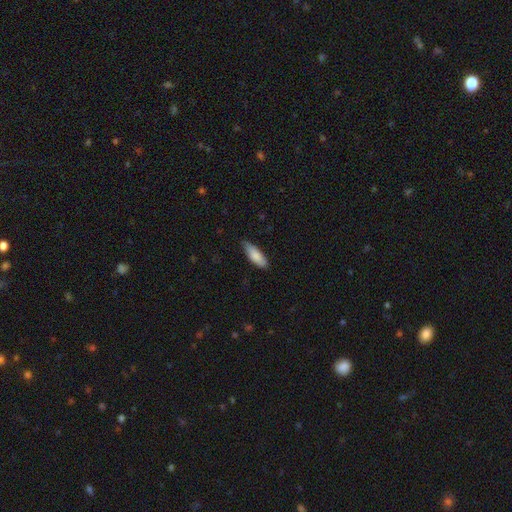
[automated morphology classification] A smooth galaxy with no disk features (84%) that is in between round and cigar-shaped (59%).

Vote fractions:
- Smooth or featured? smooth: 84% / featured or disk: 10% / star or artifact: 6%
- How rounded? in between: 59% / cigar-shaped: 39% / round: 2%
- Merging? none: 73% / minor disturbance: 23% / major disturbance: 3% / merger: 1%